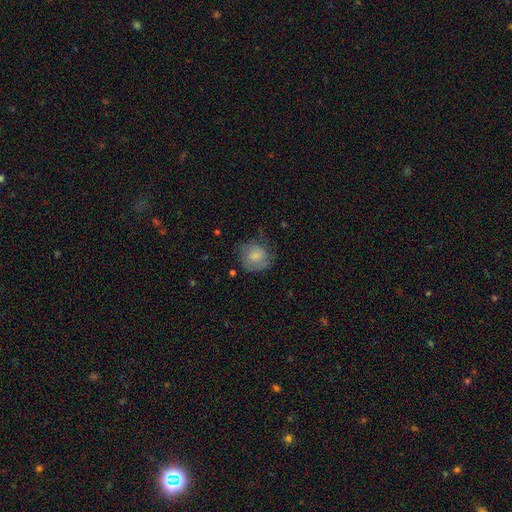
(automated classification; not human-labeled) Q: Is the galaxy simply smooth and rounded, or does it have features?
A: smooth — 64%.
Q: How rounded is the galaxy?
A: round — 82%.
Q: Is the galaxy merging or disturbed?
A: none — 58%.